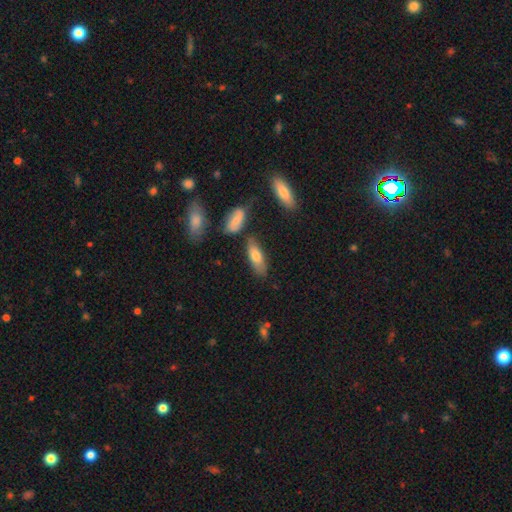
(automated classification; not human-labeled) Smooth or featured?
  - smooth: 72% *
  - featured or disk: 21%
  - star or artifact: 7%
How rounded?
  - in between: 71% *
  - cigar-shaped: 27%
  - round: 2%
Merging?
  - none: 74% *
  - minor disturbance: 16%
  - merger: 6%
  - major disturbance: 4%